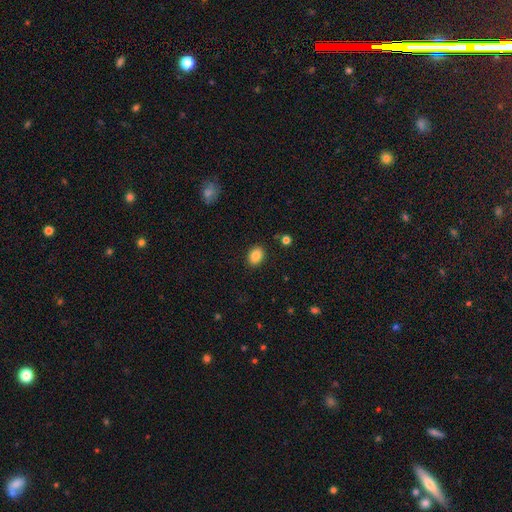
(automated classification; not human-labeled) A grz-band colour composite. It shows a smooth galaxy with no disk features (86%) that is in between round and cigar-shaped (72%). Merging: none (88%).